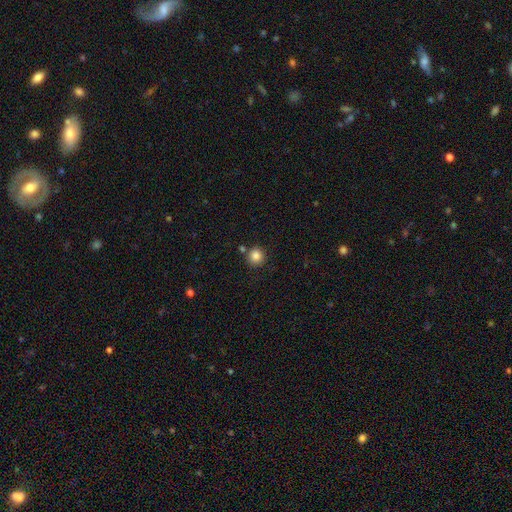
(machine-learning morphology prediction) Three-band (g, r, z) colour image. It shows a smooth galaxy with no disk features (85%) that is round (94%). Merging: none (83%).